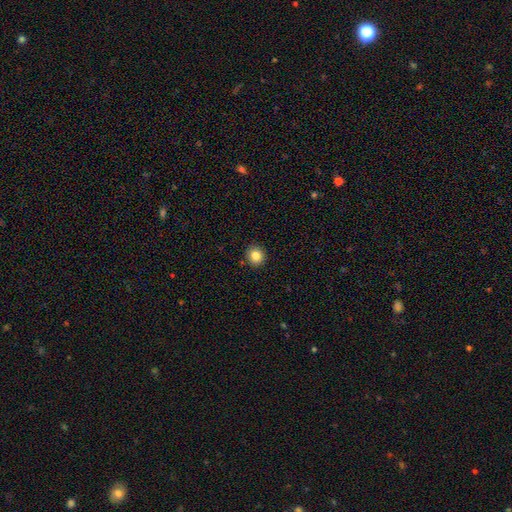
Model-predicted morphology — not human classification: smooth_or_featured: smooth (p=0.84) [alt: star or artifact p=0.10]
how_rounded: round (p=0.88) [alt: in between p=0.11]
merging: none (p=0.92) [alt: minor disturbance p=0.06]